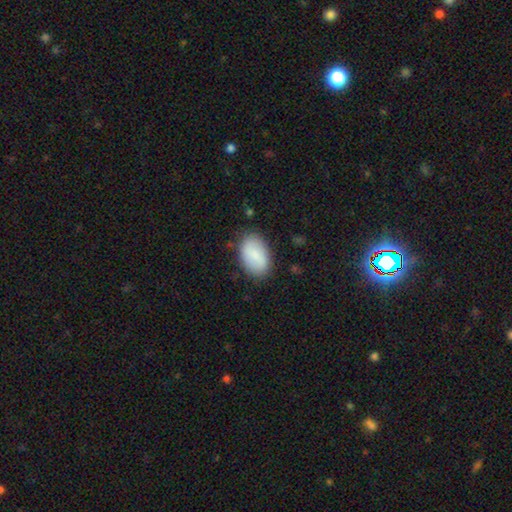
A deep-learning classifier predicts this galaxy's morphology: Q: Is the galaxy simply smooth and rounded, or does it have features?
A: smooth — 82%.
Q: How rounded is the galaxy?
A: in between — 91%.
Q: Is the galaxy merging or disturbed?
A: none — 80%.